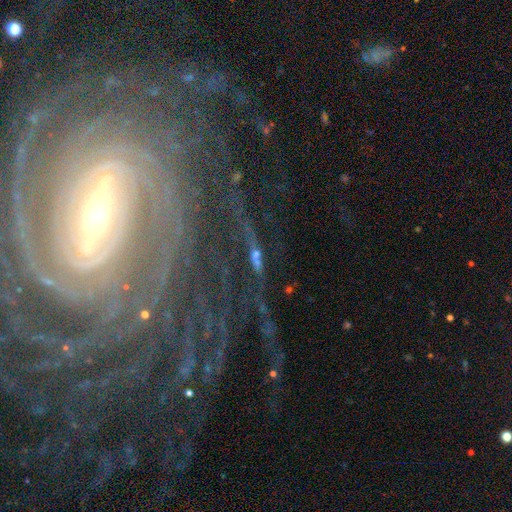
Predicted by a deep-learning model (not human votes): smooth-or-featured: star or artifact: 53% | featured or disk: 32% | smooth: 15%